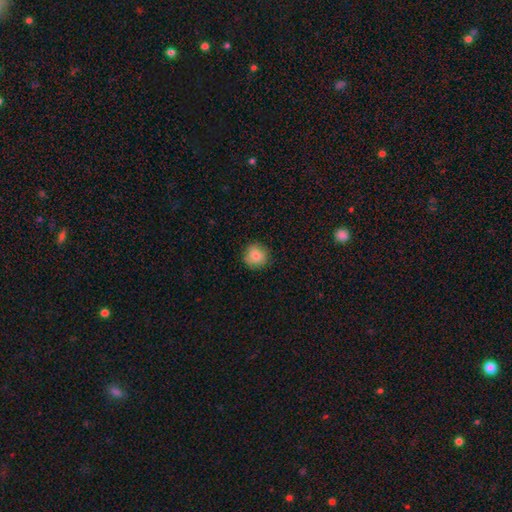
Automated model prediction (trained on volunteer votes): This appears to be a smooth galaxy with no disk features (84%) that is round (92%). Merging: none (86%).